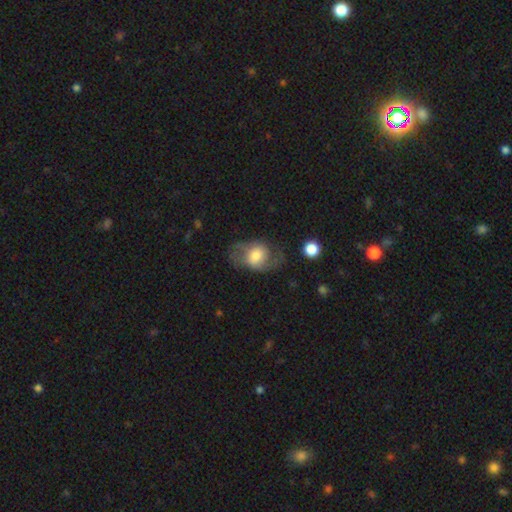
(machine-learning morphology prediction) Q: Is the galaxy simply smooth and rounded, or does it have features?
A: featured or disk — 47%.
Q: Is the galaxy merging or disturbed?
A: none — 51%.